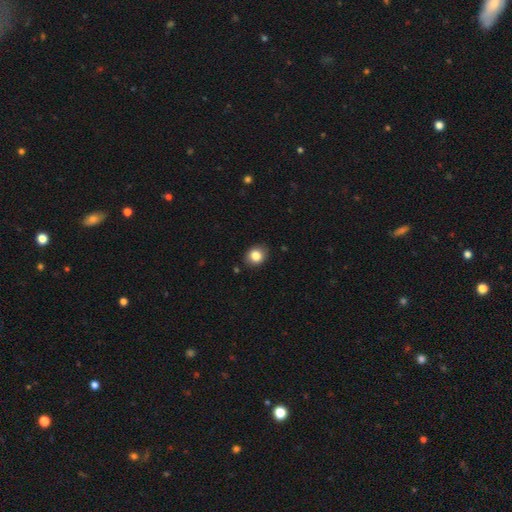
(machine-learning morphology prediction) A smooth galaxy with no disk features (83%) that is round (58%). Merging: none (86%).